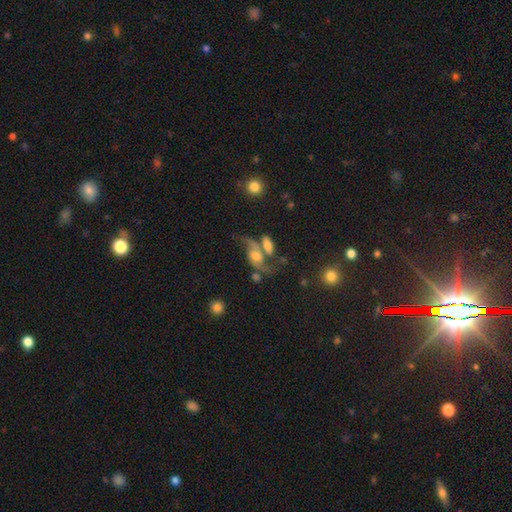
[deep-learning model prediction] The model was most divided on "merging": merger: 39%, none: 30%, major disturbance: 16%, minor disturbance: 15%. Remaining: edge-on disk — no (91%); spiral arms — yes (85%); smooth or featured — featured or disk (64%); bar — no (61%); bulge size — moderate (46%).